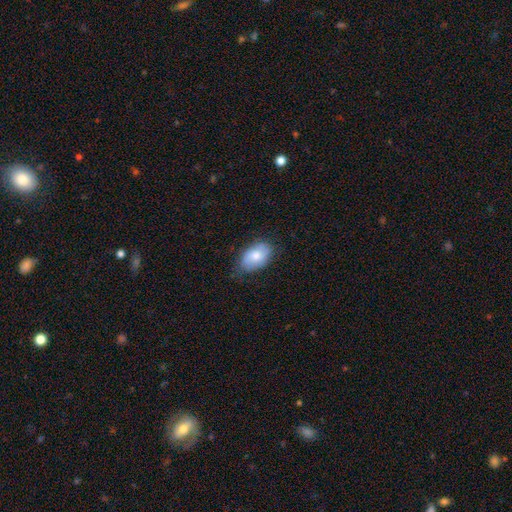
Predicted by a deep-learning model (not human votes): Smooth or featured: smooth — 74% (featured or disk — 20%)
How rounded: in between — 91% (round — 8%)
Merging: none — 68% (minor disturbance — 26%)